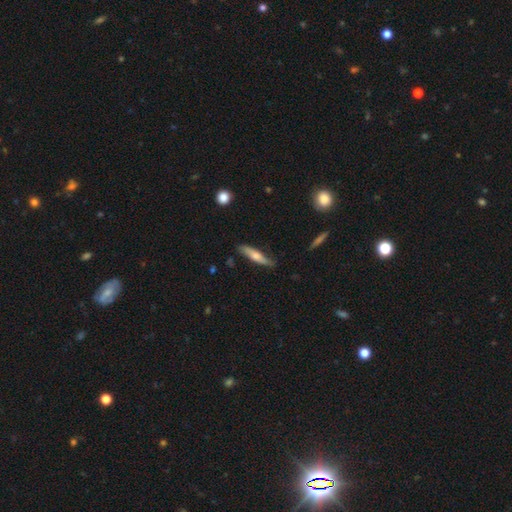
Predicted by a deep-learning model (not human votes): The model was most divided on "smooth or featured": smooth: 57%, featured or disk: 38%, star or artifact: 6%. More confident: how rounded — cigar-shaped (82%); merging — none (76%).